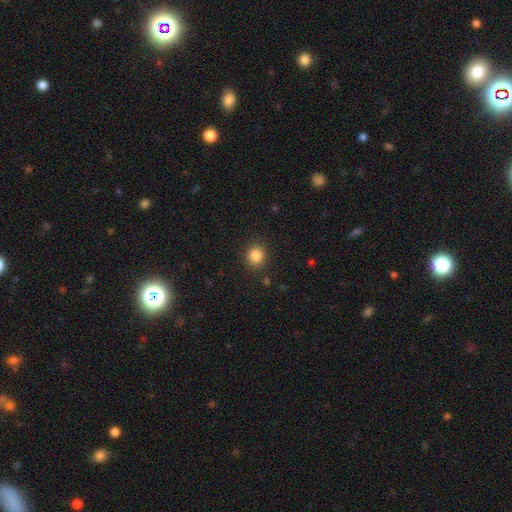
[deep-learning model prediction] Q: Smooth or featured?
A: smooth (85%); runner-up: star or artifact (11%)
Q: How rounded?
A: round (82%); runner-up: in between (17%)
Q: Merging?
A: none (88%); runner-up: minor disturbance (8%)